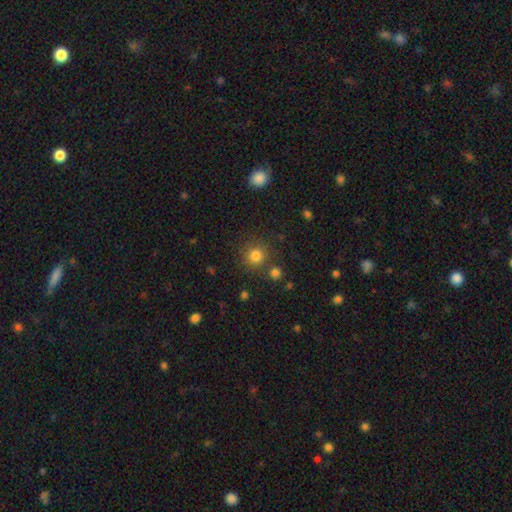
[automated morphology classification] Smooth or featured?
  - smooth: 80% *
  - star or artifact: 14%
  - featured or disk: 6%
How rounded?
  - round: 92% *
  - in between: 7%
  - cigar-shaped: 1%
Merging?
  - none: 81% *
  - minor disturbance: 8%
  - merger: 7%
  - major disturbance: 3%